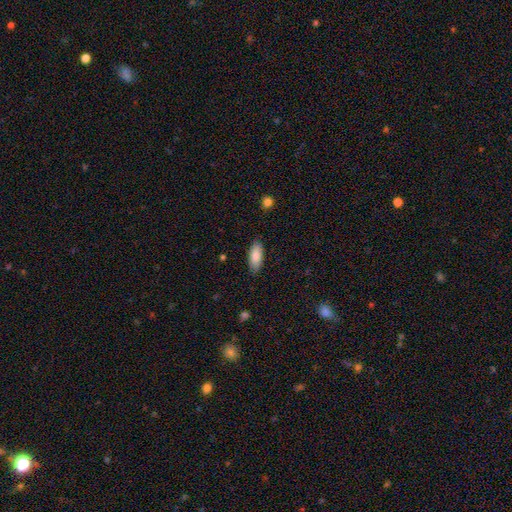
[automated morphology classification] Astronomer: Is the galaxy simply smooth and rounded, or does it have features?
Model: smooth — 85%.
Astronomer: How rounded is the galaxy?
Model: in between — 81%.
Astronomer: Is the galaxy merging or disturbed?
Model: none — 85%.